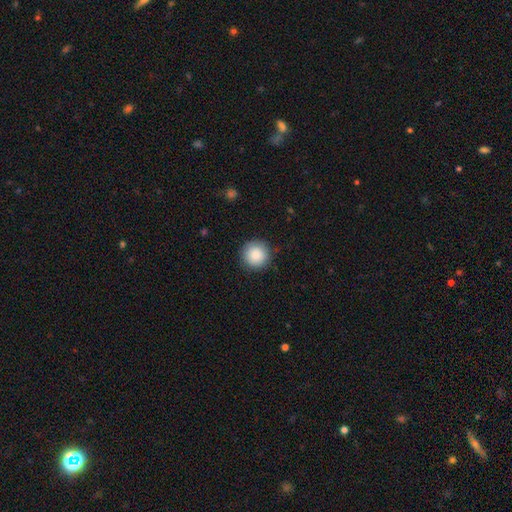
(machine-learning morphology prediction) smooth_or_featured: smooth (p=0.88) [alt: star or artifact p=0.08]
how_rounded: round (p=0.95) [alt: in between p=0.04]
merging: none (p=0.90) [alt: minor disturbance p=0.07]